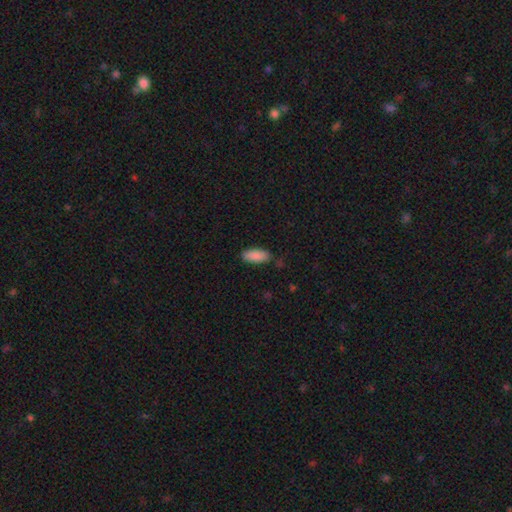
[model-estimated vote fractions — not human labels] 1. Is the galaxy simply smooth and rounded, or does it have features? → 89% smooth, 6% star or artifact, 5% featured or disk.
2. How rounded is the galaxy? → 82% in between, 16% cigar-shaped, 2% round.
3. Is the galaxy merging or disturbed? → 81% none, 14% minor disturbance, 3% major disturbance, 2% merger.